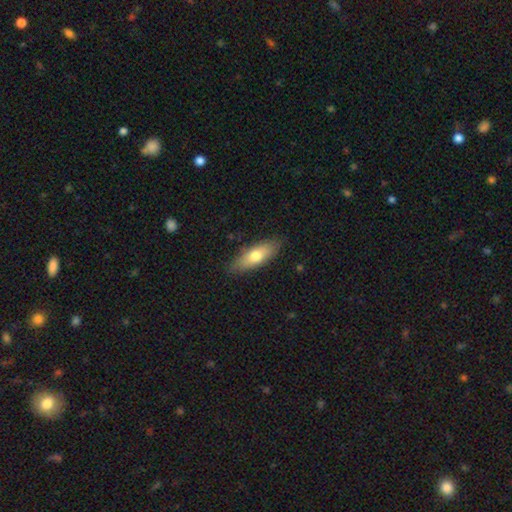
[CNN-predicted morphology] The model was most divided on "how rounded": in between: 65%, cigar-shaped: 32%, round: 3%. More confident: merging — none (83%); smooth or featured — smooth (68%).